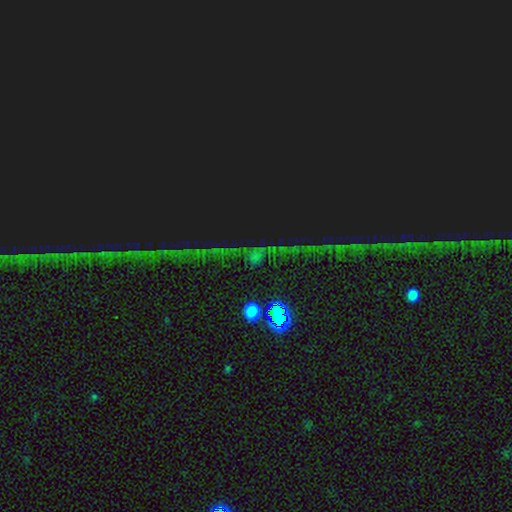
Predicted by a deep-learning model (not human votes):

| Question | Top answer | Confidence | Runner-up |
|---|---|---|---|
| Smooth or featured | star or artifact | 76% | smooth (13%) |